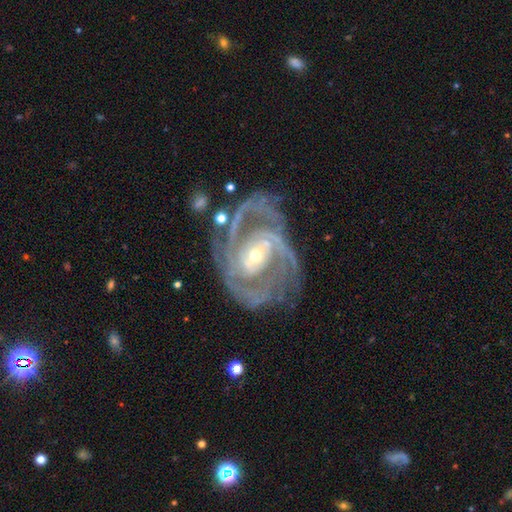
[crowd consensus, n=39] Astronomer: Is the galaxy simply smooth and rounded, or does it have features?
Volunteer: featured or disk — 92%.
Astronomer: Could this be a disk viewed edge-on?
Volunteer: no — 100%.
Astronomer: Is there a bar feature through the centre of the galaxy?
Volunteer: no — 42% (runner-up: strong, 33%).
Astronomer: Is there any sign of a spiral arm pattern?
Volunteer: yes — 100%.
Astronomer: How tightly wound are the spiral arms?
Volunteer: medium — 56% (runner-up: tight, 39%).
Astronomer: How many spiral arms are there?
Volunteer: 3 — 39% (runner-up: 2, 25%).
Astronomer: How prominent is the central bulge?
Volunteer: moderate — 50% (runner-up: small, 42%).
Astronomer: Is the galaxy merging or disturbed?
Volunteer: none — 55%.